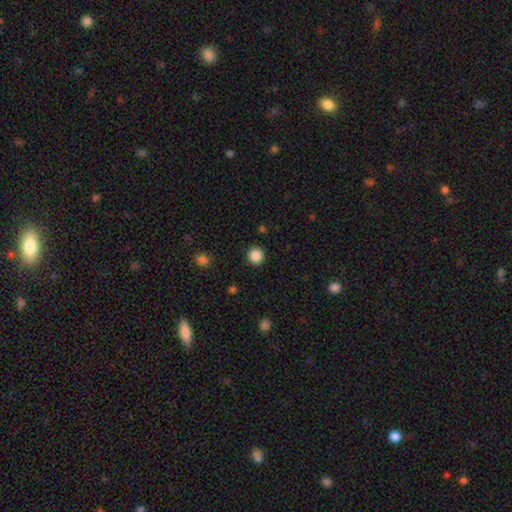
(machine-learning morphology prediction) Smooth or featured? smooth (87%)
How rounded? round (94%)
Merging? none (92%)